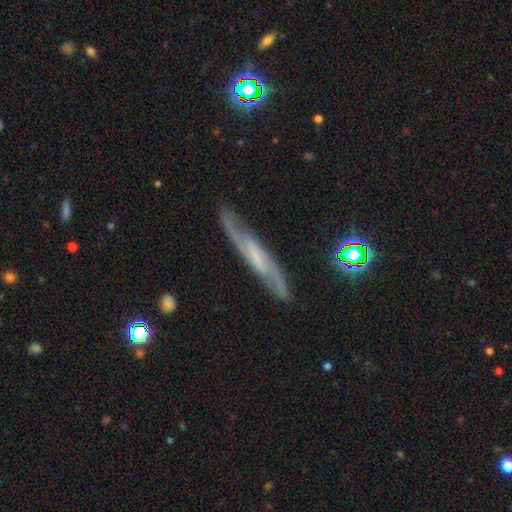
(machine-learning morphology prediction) A featured or disk galaxy (81%) with a weak bar (46%), spiral arms (95%) and a small central bulge (52%). Merging: none (80%).